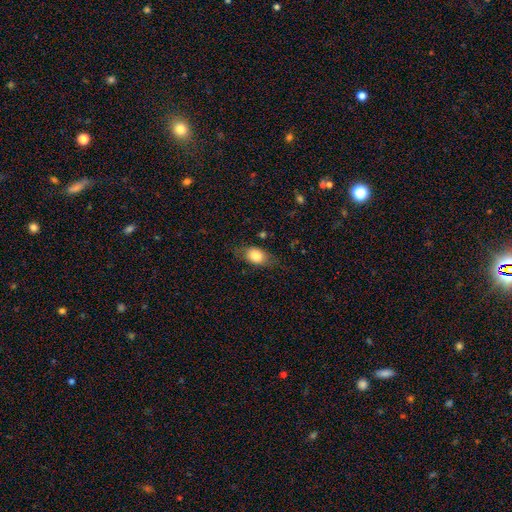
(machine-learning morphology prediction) smooth_or_featured: smooth (p=0.78) [alt: featured or disk p=0.14]
how_rounded: in between (p=0.80) [alt: round p=0.15]
merging: none (p=0.69) [alt: minor disturbance p=0.21]